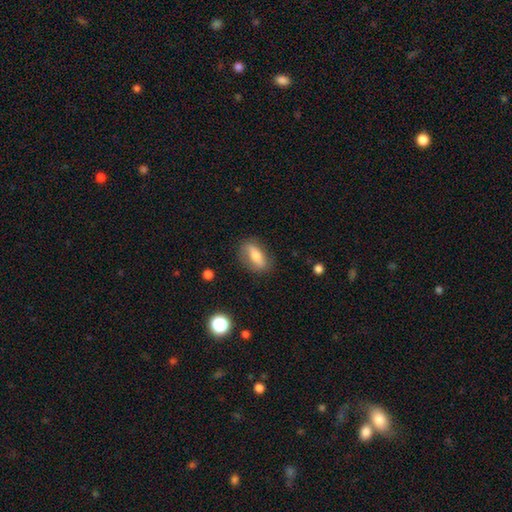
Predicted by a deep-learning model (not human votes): smooth 64%, featured or disk 29%, star or artifact 8%. Down the decision tree: how rounded — in between (76%); merging — none (78%).